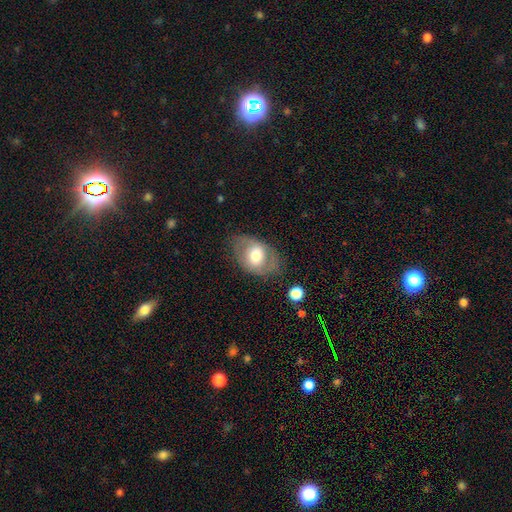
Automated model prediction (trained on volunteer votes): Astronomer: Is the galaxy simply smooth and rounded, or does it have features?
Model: smooth — 49% (runner-up: featured or disk, 44%).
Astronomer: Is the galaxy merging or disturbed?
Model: none — 70%.